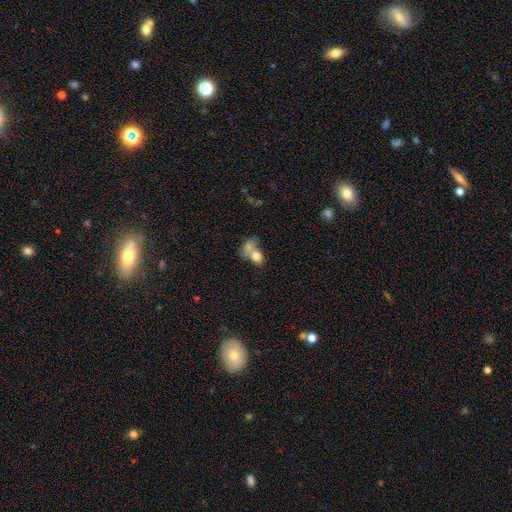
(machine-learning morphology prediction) Q: Smooth or featured?
A: smooth (75%); runner-up: featured or disk (15%)
Q: How rounded?
A: in between (61%); runner-up: round (37%)
Q: Merging?
A: merger (68%); runner-up: none (19%)